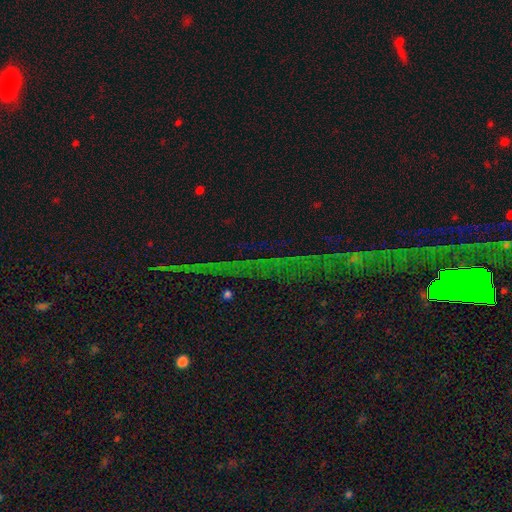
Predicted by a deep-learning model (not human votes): This appears to be a star or artifact, not a galaxy (79%).